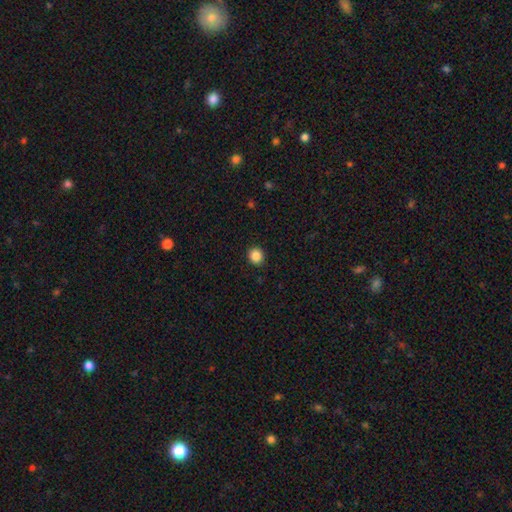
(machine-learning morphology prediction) type=smooth (86%); roundness=round (89%); merging=none (93%).